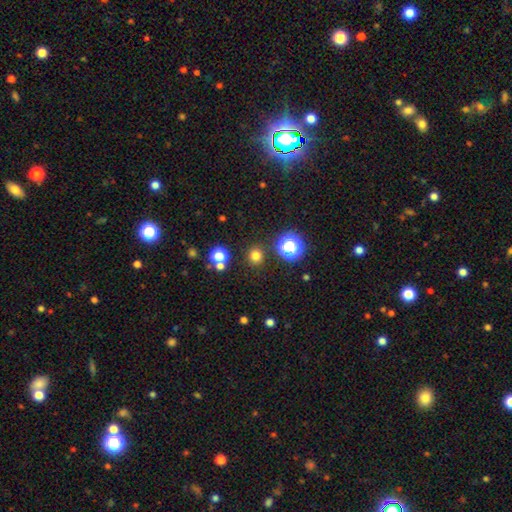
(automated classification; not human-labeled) Morphology: type=smooth (75%); roundness=round (92%); merging=none (88%).